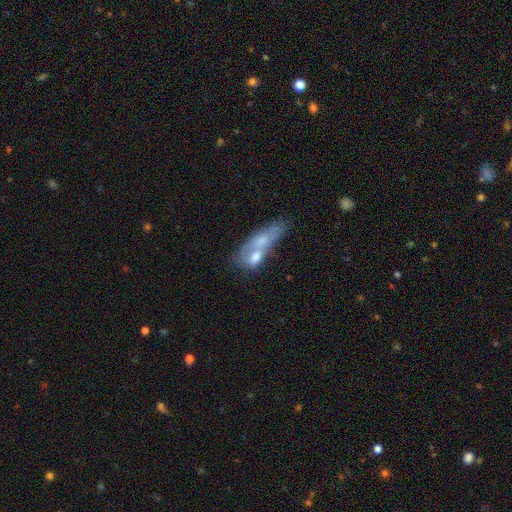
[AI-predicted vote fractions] smooth-or-featured: smooth: 55% | featured or disk: 37% | star or artifact: 8%
  how-rounded: in between: 61% | cigar-shaped: 30% | round: 8%
  merging: merger: 55% | none: 19% | major disturbance: 14% | minor disturbance: 12%